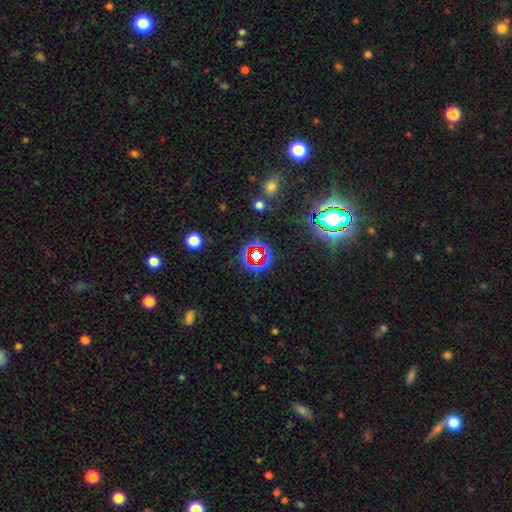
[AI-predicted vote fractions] Smooth or featured? star or artifact (71%)